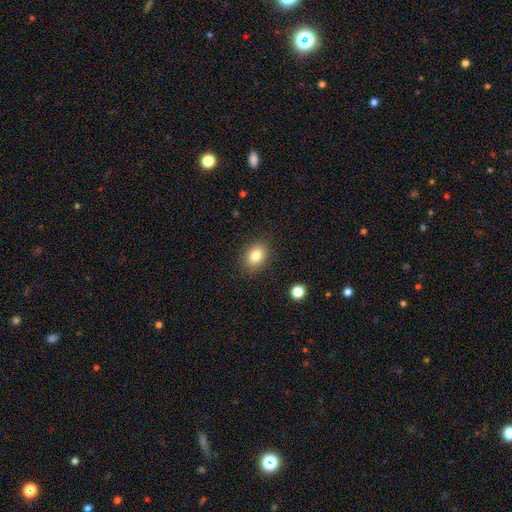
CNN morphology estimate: The model was most divided on "how rounded": in between: 70%, round: 29%, cigar-shaped: 1%. More confident: merging — none (87%); smooth or featured — smooth (83%).